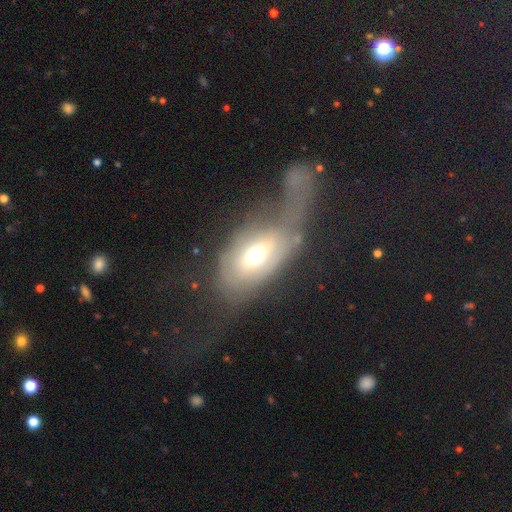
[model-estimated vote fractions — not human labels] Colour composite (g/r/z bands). It shows a smooth galaxy with no disk features (52%) that is in between round and cigar-shaped (82%). Merging: major disturbance (52%).